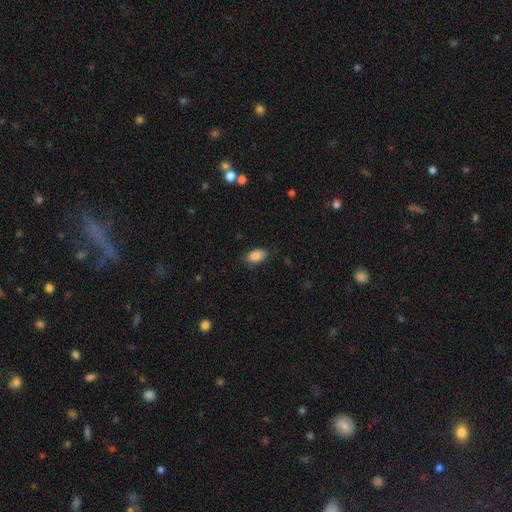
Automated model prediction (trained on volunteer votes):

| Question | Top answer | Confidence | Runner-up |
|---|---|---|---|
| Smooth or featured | smooth | 86% | star or artifact (8%) |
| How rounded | in between | 91% | round (6%) |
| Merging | none | 79% | minor disturbance (16%) |